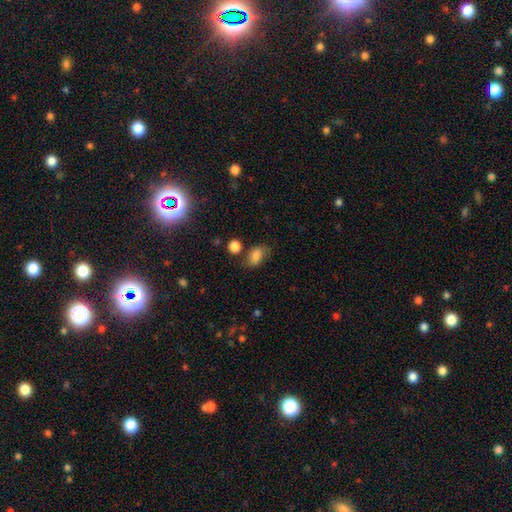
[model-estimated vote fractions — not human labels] Smooth or featured?
  - smooth: 81% *
  - star or artifact: 10%
  - featured or disk: 9%
How rounded?
  - in between: 80% *
  - round: 19%
  - cigar-shaped: 2%
Merging?
  - none: 64% *
  - minor disturbance: 21%
  - merger: 8%
  - major disturbance: 7%